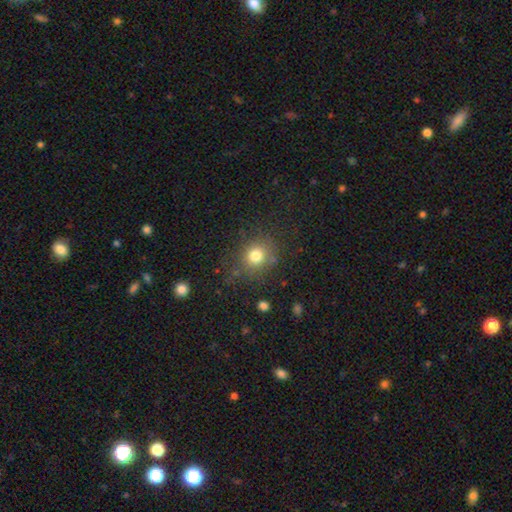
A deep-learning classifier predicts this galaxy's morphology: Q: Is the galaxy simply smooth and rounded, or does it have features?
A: smooth — 78%.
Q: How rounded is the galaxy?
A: round — 80%.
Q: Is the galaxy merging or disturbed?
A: none — 79%.